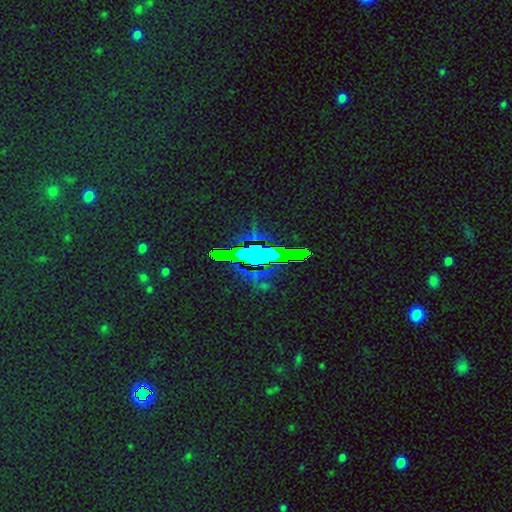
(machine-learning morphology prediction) Overall: star or artifact (76%).